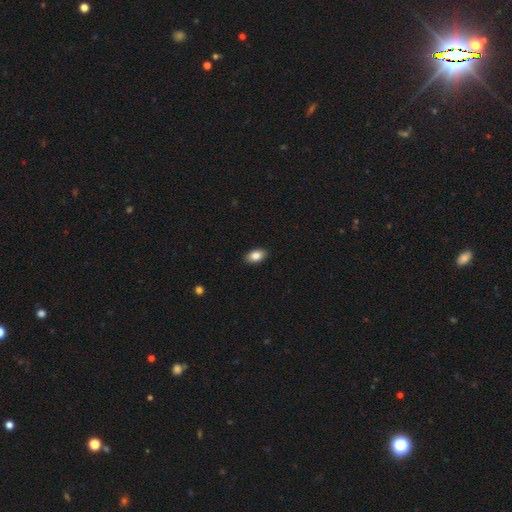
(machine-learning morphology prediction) Smooth or featured? smooth (86%)
How rounded? in between (91%)
Merging? none (89%)